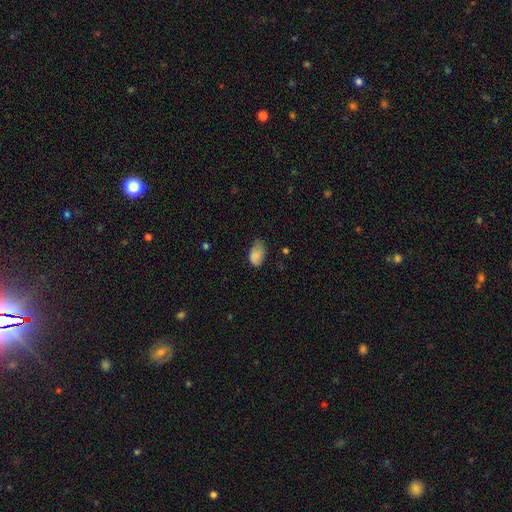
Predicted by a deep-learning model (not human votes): Overall: smooth (84%). How rounded: in between (92%). Merging: none (49%; minor disturbance 39%).